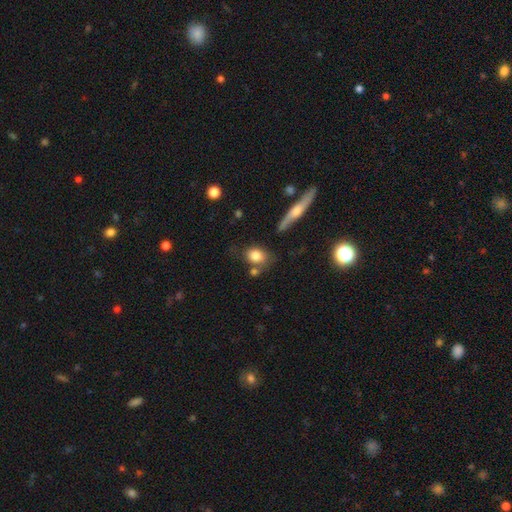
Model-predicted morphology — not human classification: A smooth galaxy with no disk features (80%) that is in between round and cigar-shaped (56%).

Vote fractions:
- Smooth or featured? smooth: 80% / featured or disk: 12% / star or artifact: 8%
- How rounded? in between: 56% / round: 41% / cigar-shaped: 3%
- Merging? none: 62% / minor disturbance: 17% / merger: 15% / major disturbance: 6%